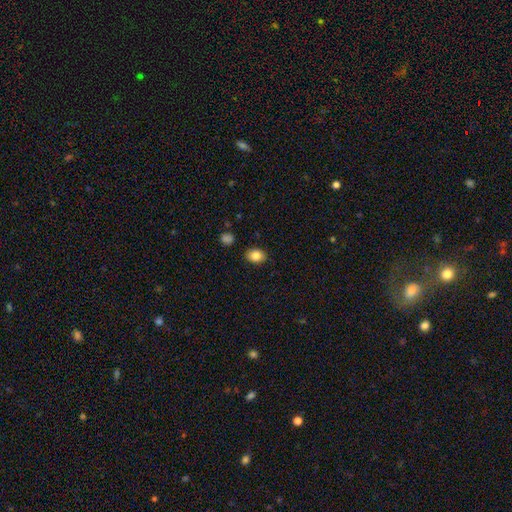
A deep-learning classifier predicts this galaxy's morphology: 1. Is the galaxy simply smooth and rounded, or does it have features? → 84% smooth, 9% star or artifact, 7% featured or disk.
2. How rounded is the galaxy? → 72% in between, 27% round, 1% cigar-shaped.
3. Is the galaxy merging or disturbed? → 87% none, 9% minor disturbance, 2% major disturbance, 1% merger.